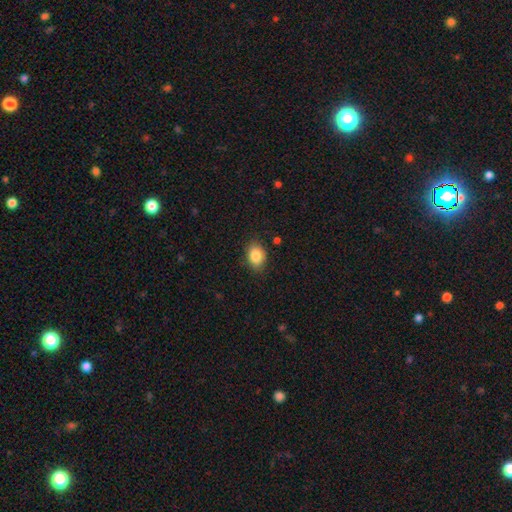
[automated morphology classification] This appears to be a smooth galaxy with no disk features (86%) that is in between round and cigar-shaped (74%). Merging: none (83%).